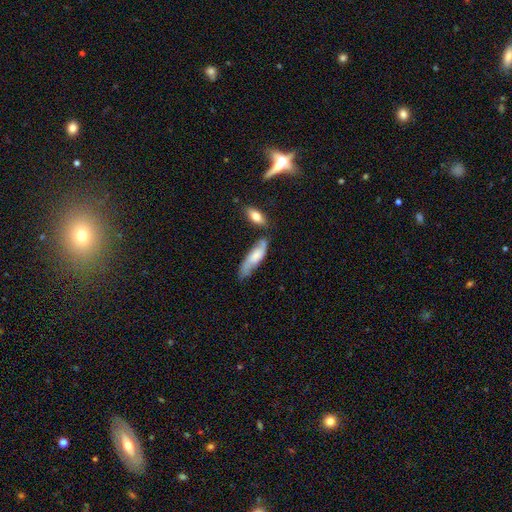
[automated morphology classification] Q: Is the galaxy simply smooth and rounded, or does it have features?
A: smooth — 56%.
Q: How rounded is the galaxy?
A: cigar-shaped — 52%.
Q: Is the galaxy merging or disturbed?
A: none — 50%.